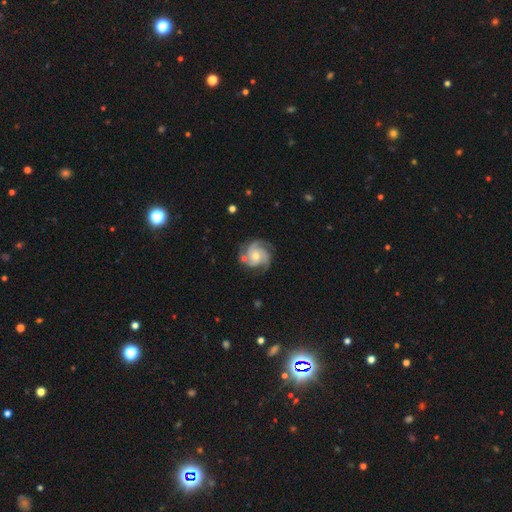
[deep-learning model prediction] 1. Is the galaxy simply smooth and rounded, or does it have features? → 86% featured or disk, 8% smooth, 5% star or artifact.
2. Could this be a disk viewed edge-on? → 98% no, 2% yes.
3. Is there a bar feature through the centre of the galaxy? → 72% no, 23% weak, 5% strong.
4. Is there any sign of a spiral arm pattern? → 97% yes, 3% no.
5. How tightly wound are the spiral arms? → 52% tight, 40% medium, 8% loose.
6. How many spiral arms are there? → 58% 3, 17% 4, 9% 2, 8% can't tell, 4% more than 4, 4% 1.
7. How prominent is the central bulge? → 53% moderate, 42% small, 2% large, 2% none, 1% dominant.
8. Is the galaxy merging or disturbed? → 73% none, 17% minor disturbance, 7% major disturbance, 4% merger.